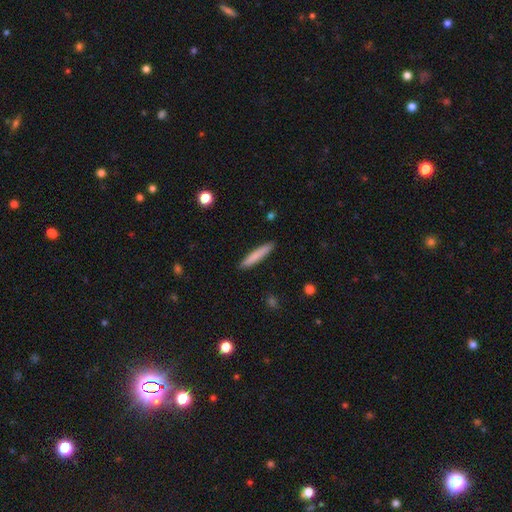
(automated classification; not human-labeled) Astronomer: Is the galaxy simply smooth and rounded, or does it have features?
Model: smooth — 80%.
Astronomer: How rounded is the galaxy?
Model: cigar-shaped — 92%.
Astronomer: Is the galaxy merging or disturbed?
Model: none — 91%.